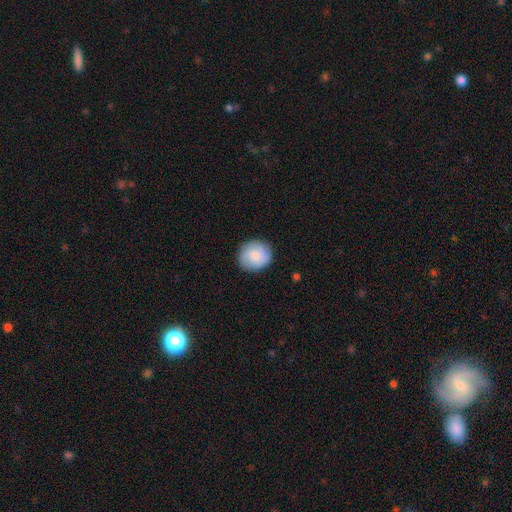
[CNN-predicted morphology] type=smooth (74%); roundness=round (87%); merging=none (86%).